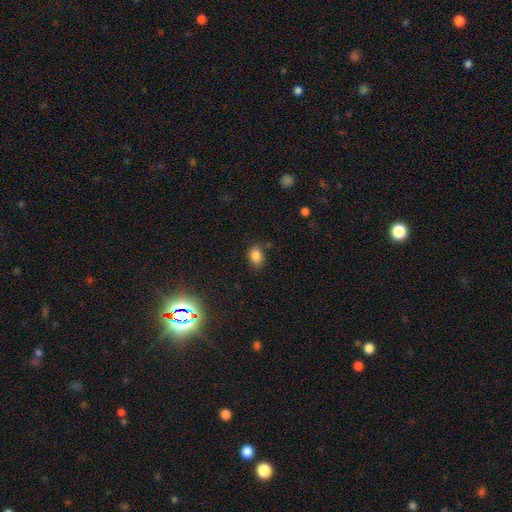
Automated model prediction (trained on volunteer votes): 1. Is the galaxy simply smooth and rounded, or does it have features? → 83% smooth, 12% star or artifact, 5% featured or disk.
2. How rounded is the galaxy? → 76% in between, 23% round, 1% cigar-shaped.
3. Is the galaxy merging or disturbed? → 77% none, 16% minor disturbance, 4% major disturbance, 3% merger.